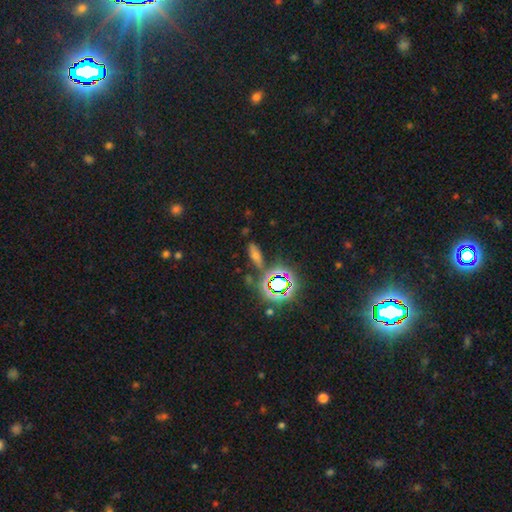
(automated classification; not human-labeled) smooth 41% (tied), star or artifact 41% (tied), featured or disk 17%. Down the decision tree: merging — none (76%).